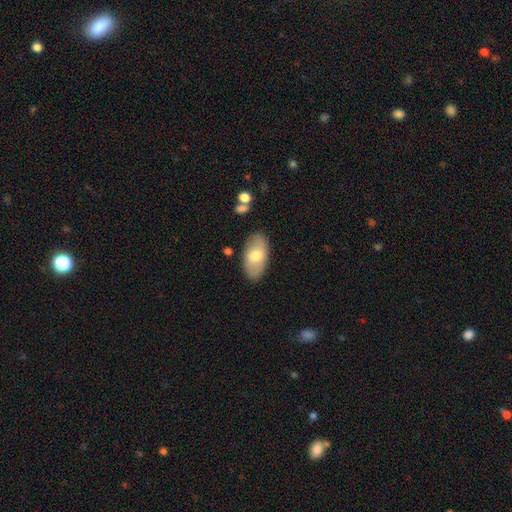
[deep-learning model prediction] Q: Smooth or featured?
A: smooth (64%); runner-up: featured or disk (30%)
Q: How rounded?
A: in between (94%); runner-up: round (3%)
Q: Merging?
A: none (84%); runner-up: minor disturbance (11%)